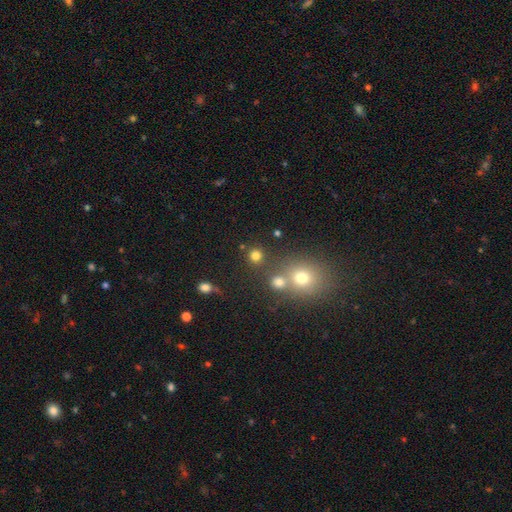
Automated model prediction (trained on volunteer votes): smooth-or-featured: smooth: 77% | star or artifact: 17% | featured or disk: 6%
  how-rounded: round: 90% | in between: 9% | cigar-shaped: 1%
  merging: none: 78% | merger: 12% | minor disturbance: 7% | major disturbance: 4%